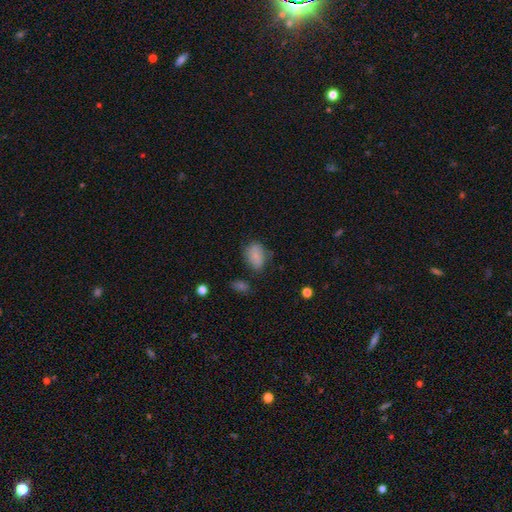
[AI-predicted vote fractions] This appears to be a smooth galaxy with no disk features (81%) that is in between round and cigar-shaped (82%). Merging: none (64%).